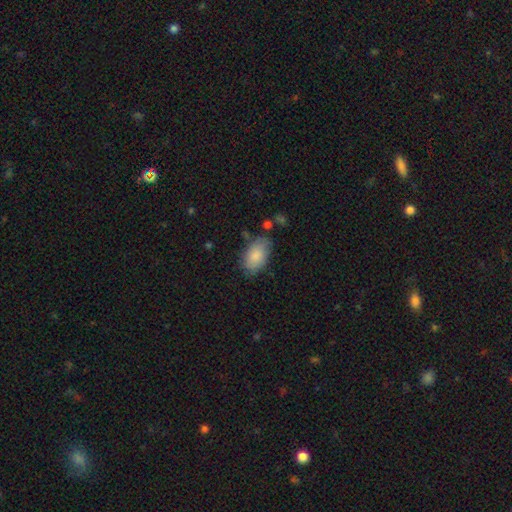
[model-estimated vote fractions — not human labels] Smooth or featured: smooth — 84% (featured or disk — 9%)
How rounded: in between — 93% (round — 5%)
Merging: none — 72% (minor disturbance — 20%)